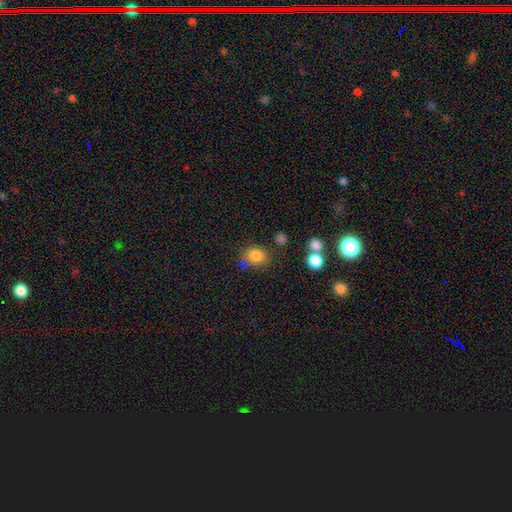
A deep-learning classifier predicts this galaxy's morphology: smooth 81%, star or artifact 11%, featured or disk 8%. Down the decision tree: how rounded — in between (50%); merging — none (51%).